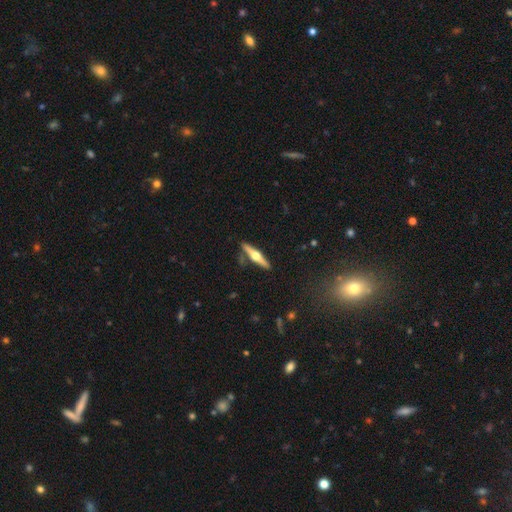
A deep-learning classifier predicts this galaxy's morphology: smooth_or_featured: featured or disk (p=0.68) [alt: smooth p=0.26]
disk_edge_on: yes (p=0.97) [alt: no p=0.03]
edge_on_bulge: rounded (p=0.95) [alt: boxy p=0.03]
merging: none (p=0.85) [alt: minor disturbance p=0.09]